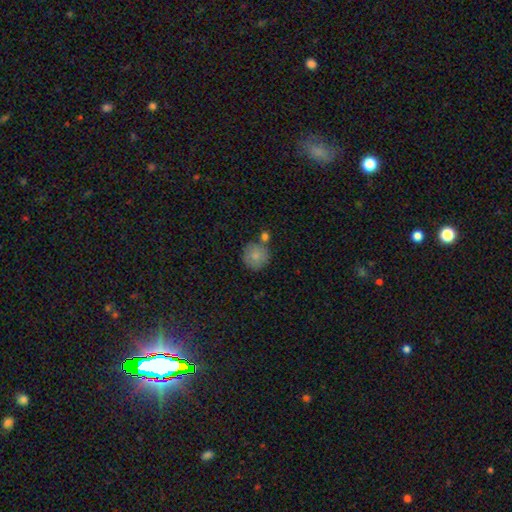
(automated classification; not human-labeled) Smooth or featured: smooth — 83% (featured or disk — 9%)
How rounded: round — 93% (in between — 6%)
Merging: none — 67% (merger — 16%)